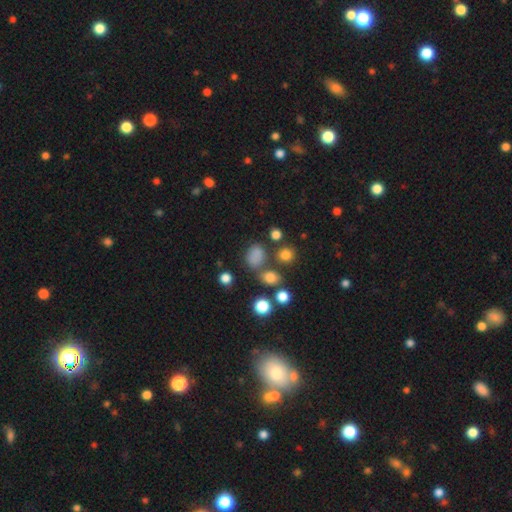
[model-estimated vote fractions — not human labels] Smooth or featured? Predicted: smooth (p=0.75). How rounded? Predicted: in between (p=0.50). Merging? Predicted: none (p=0.60).